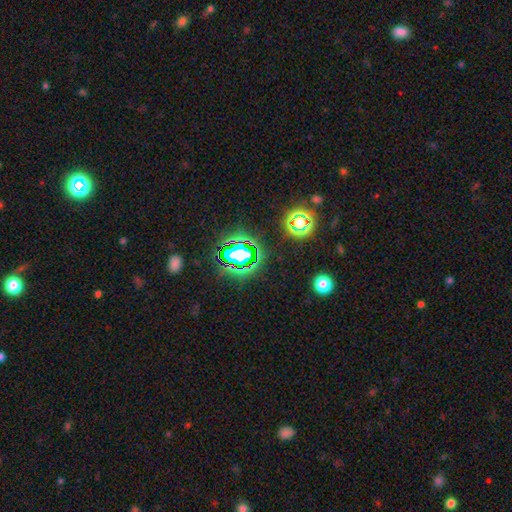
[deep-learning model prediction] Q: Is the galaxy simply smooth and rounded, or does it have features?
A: star or artifact — 78%.